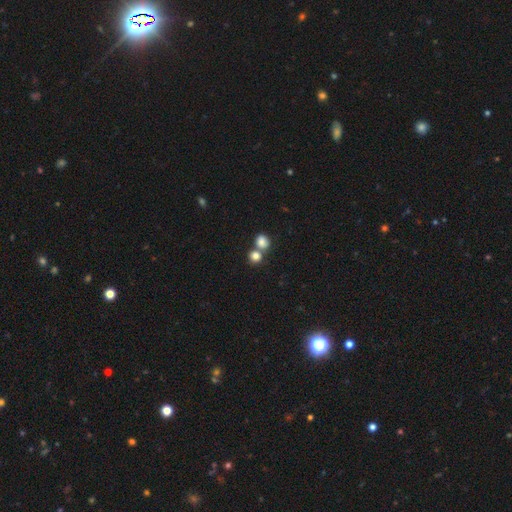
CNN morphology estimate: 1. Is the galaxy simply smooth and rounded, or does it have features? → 81% smooth, 11% star or artifact, 8% featured or disk.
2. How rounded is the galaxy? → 79% round, 20% in between, 1% cigar-shaped.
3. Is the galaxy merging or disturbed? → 46% none, 44% merger, 7% minor disturbance, 3% major disturbance.